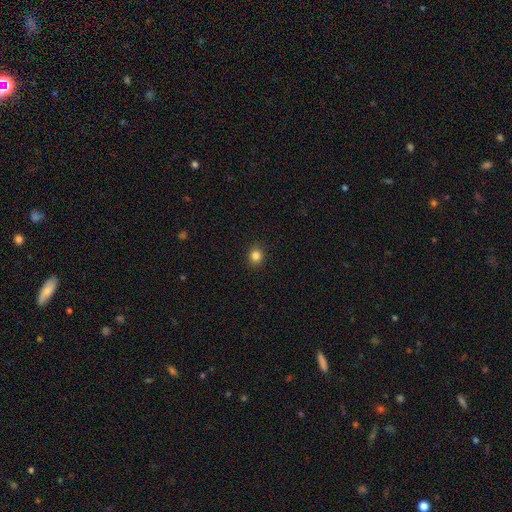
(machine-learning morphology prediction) Overall: smooth (84%). How rounded: round (81%). Merging: none (91%).